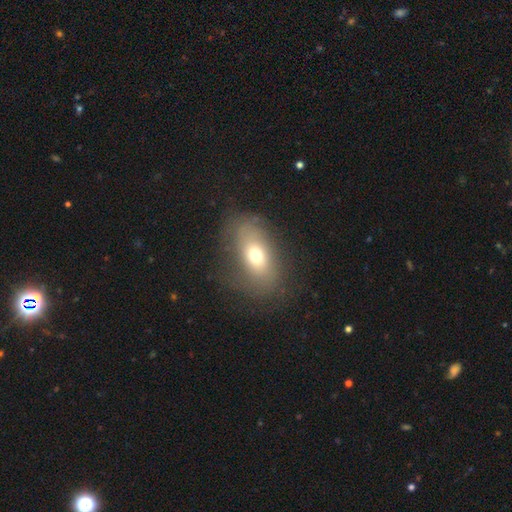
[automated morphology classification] type=smooth (65%); roundness=in between (84%); merging=none (69%).